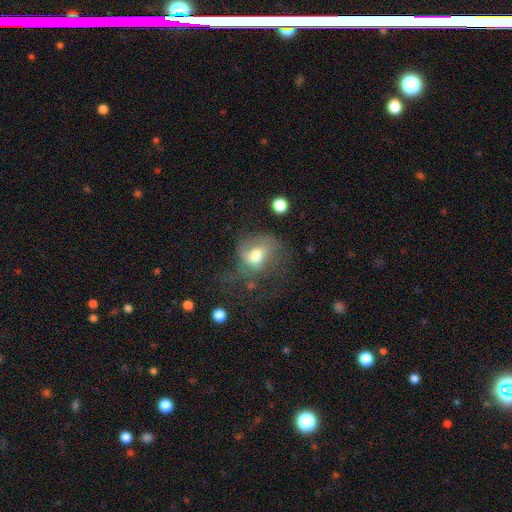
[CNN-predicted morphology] This appears to be a smooth galaxy with no disk features (52%) that is round (53%). Merging: major disturbance (43%).